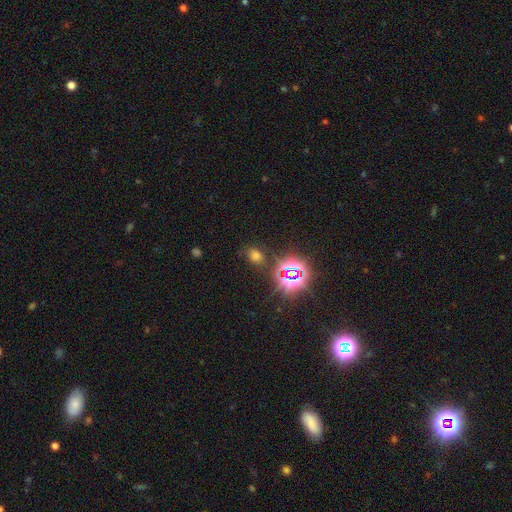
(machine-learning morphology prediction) Smooth or featured? Predicted: smooth (p=0.52). How rounded? Predicted: in between (p=0.61). Merging? Predicted: none (p=0.74).